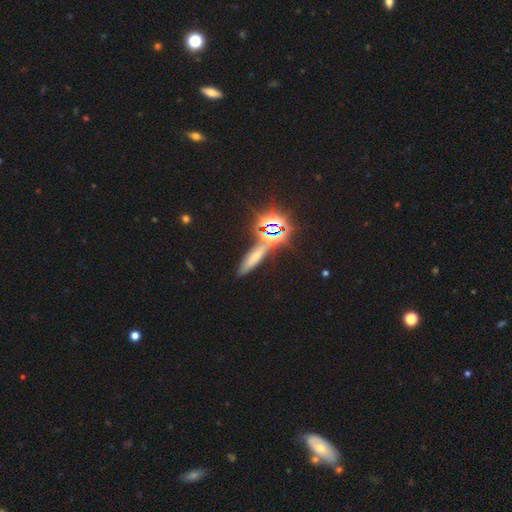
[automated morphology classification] smooth-or-featured: star or artifact: 50% | smooth: 29% | featured or disk: 21%